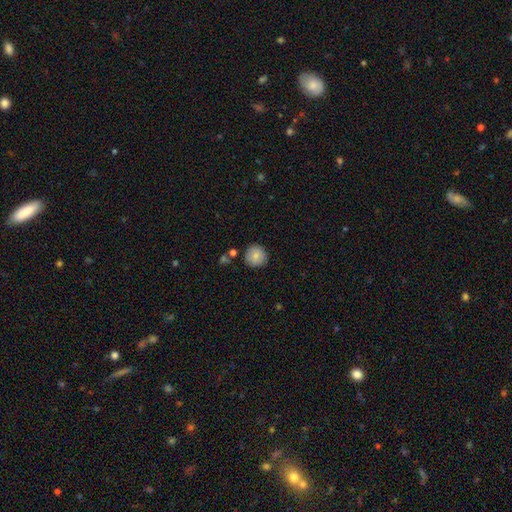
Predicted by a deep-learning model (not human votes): Smooth or featured?
  - smooth: 82% *
  - featured or disk: 10%
  - star or artifact: 8%
How rounded?
  - round: 94% *
  - in between: 5%
  - cigar-shaped: 1%
Merging?
  - none: 85% *
  - minor disturbance: 10%
  - merger: 3%
  - major disturbance: 2%